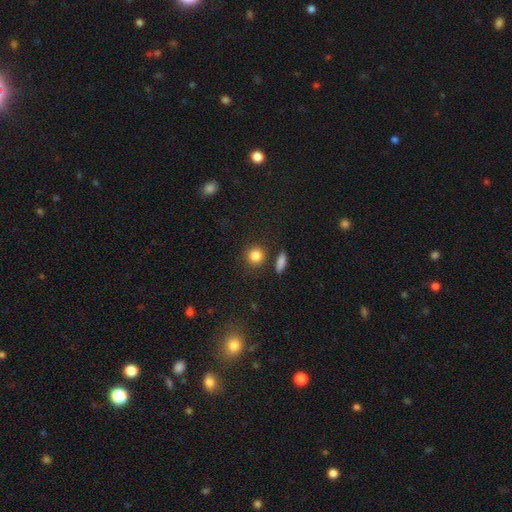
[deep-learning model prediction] smooth 84%, star or artifact 10%, featured or disk 6%. Down the decision tree: how rounded — round (86%); merging — none (81%).